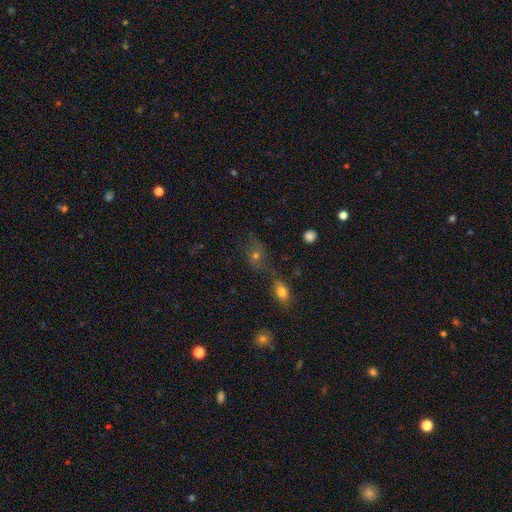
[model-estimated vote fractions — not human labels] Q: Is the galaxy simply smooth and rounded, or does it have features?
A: smooth — 53%.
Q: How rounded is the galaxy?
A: in between — 50%.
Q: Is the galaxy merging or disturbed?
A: none — 48%.